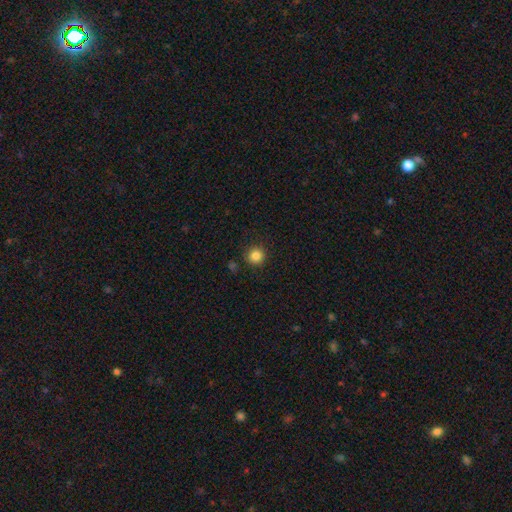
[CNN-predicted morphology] A smooth galaxy with no disk features (85%) that is round (94%).

Vote fractions:
- Smooth or featured? smooth: 85% / star or artifact: 11% / featured or disk: 4%
- How rounded? round: 94% / in between: 5% / cigar-shaped: 1%
- Merging? none: 90% / minor disturbance: 6% / major disturbance: 2% / merger: 2%